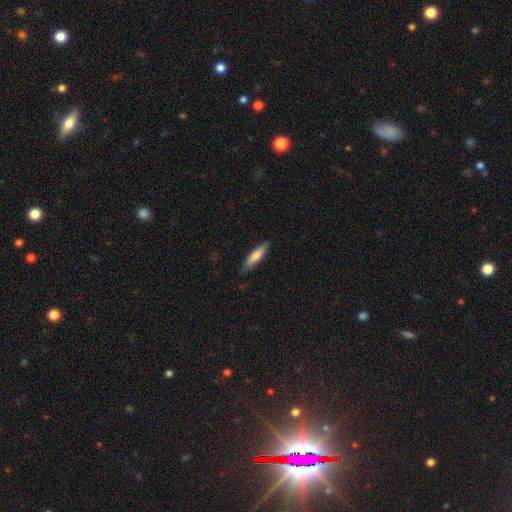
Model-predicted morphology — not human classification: This appears to be a smooth galaxy with no disk features (75%) that is cigar-shaped (76%). Merging: none (83%).